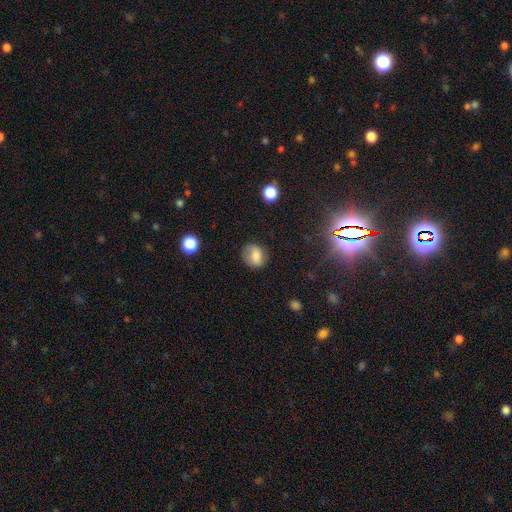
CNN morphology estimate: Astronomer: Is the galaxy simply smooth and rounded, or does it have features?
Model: smooth — 73%.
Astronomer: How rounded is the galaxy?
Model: round — 59% (runner-up: in between, 40%).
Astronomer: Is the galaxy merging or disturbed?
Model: none — 75%.